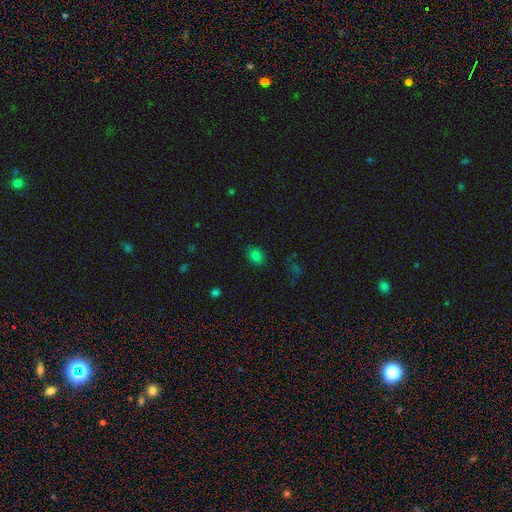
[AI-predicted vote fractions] Smooth or featured? smooth (78%)
How rounded? in between (58%)
Merging? none (83%)